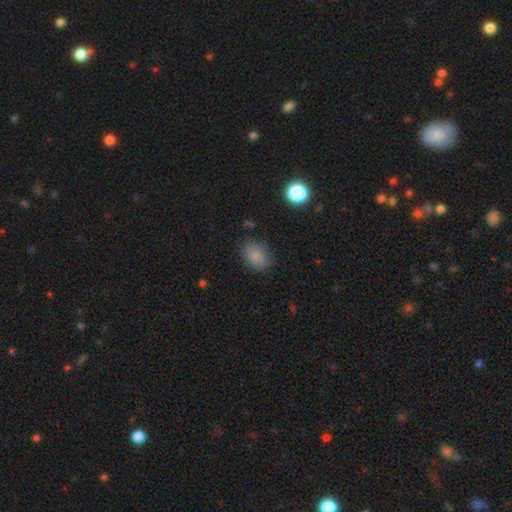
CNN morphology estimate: smooth 84%, star or artifact 11%, featured or disk 6%. Down the decision tree: how rounded — in between (73%); merging — none (80%).